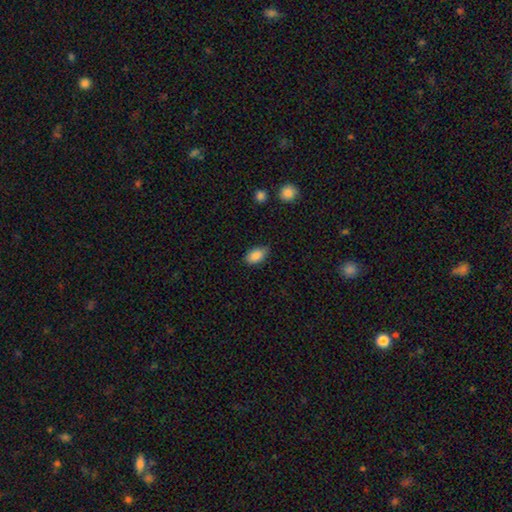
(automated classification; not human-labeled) smooth-or-featured: smooth: 86% | star or artifact: 8% | featured or disk: 7%
  how-rounded: in between: 91% | round: 6% | cigar-shaped: 3%
  merging: none: 77% | minor disturbance: 19% | major disturbance: 3% | merger: 1%